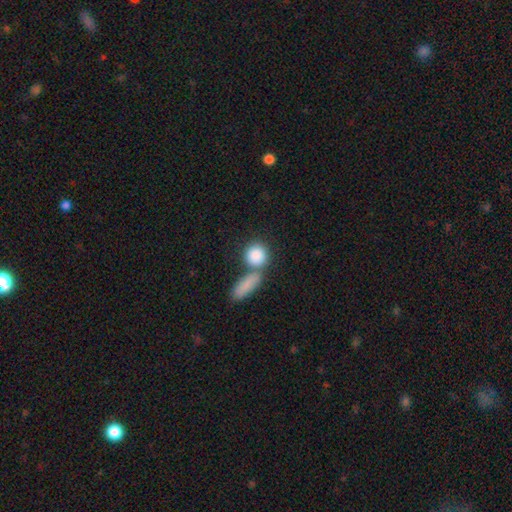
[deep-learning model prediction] The model was most divided on "merging": none: 57%, merger: 28%, minor disturbance: 10%, major disturbance: 5%. More confident: smooth or featured — smooth (86%); how rounded — round (76%).